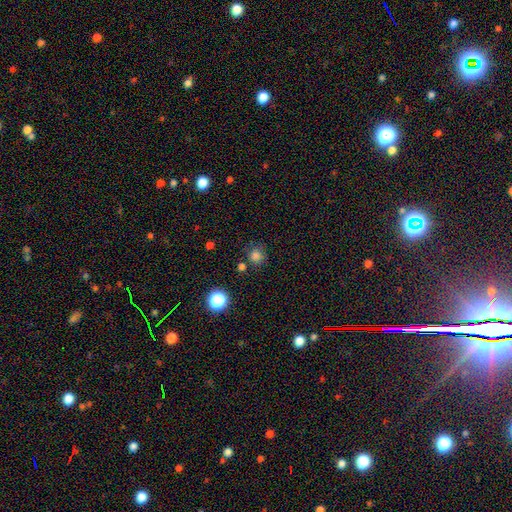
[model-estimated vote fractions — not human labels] Overall: smooth (78%). How rounded: round (92%). Merging: none (77%).